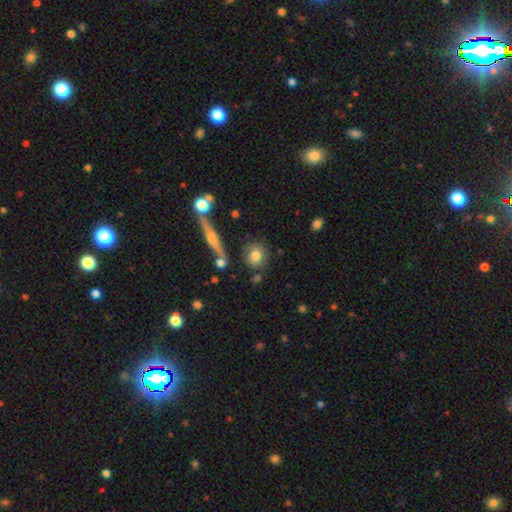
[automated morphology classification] Smooth or featured? Predicted: smooth (p=0.74). How rounded? Predicted: round (p=0.79). Merging? Predicted: none (p=0.80).